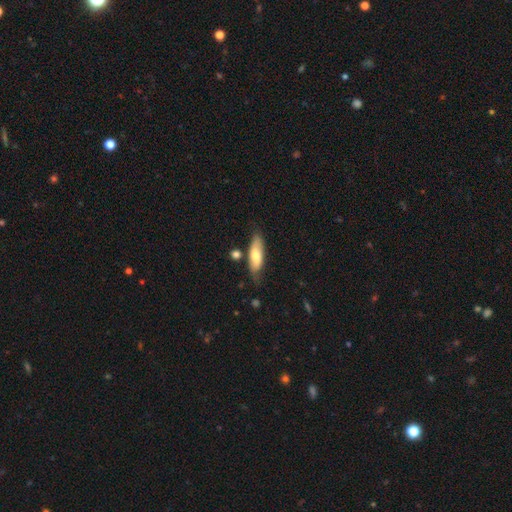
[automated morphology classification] smooth 69%, featured or disk 25%, star or artifact 6%. Down the decision tree: how rounded — in between (58%); merging — none (68%).